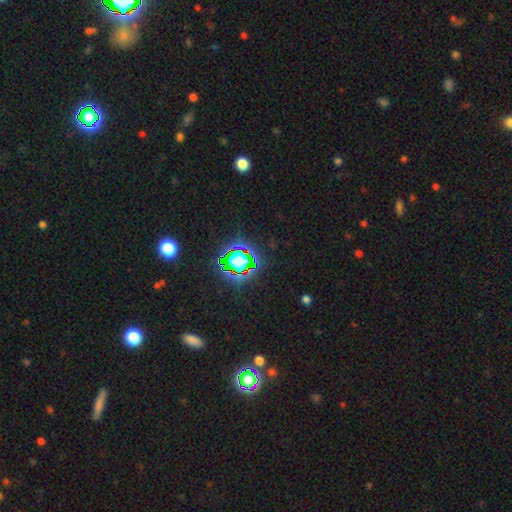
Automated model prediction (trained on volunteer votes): Smooth or featured? Predicted: star or artifact (p=0.81).